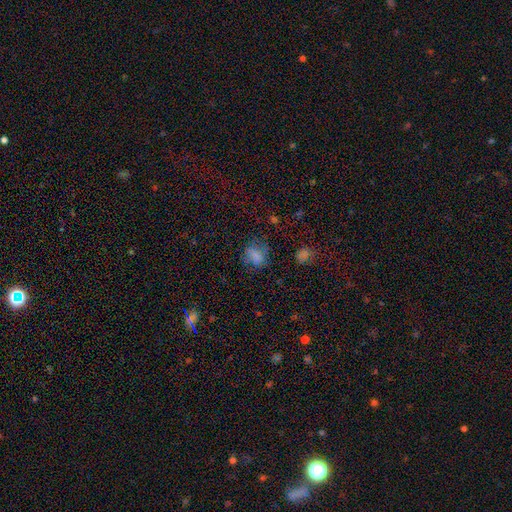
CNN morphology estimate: smooth 73%, star or artifact 15%, featured or disk 13%. Down the decision tree: how rounded — in between (52%); merging — none (60%).